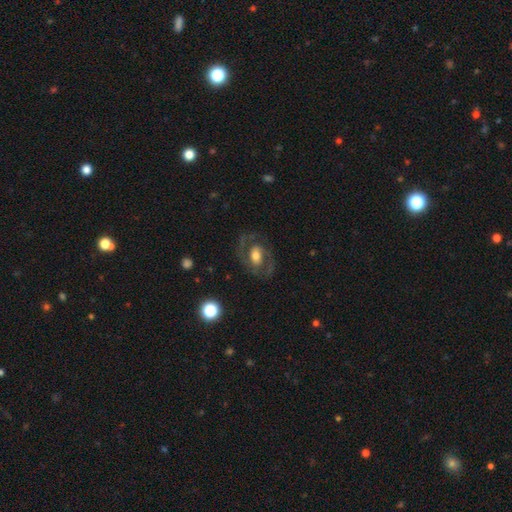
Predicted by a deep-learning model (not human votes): featured or disk 73%, smooth 20%, star or artifact 7%. Down the decision tree: edge-on disk — no (97%); bar — no (48%); spiral arms — yes (82%); spiral arm count — 2 (87%); spiral winding — medium (54%); bulge size — moderate (54%); merging — none (74%).